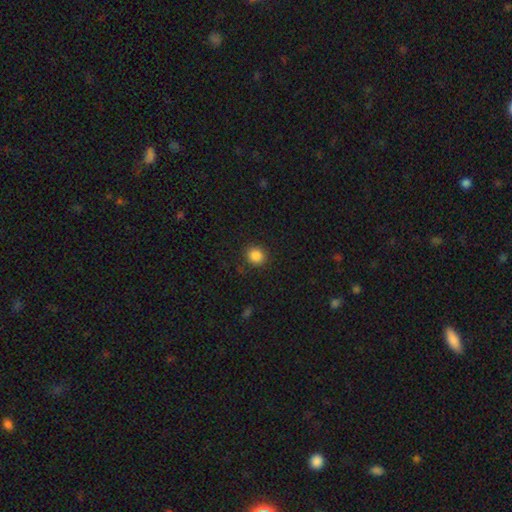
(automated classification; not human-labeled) smooth_or_featured: smooth (p=0.86) [alt: star or artifact p=0.10]
how_rounded: round (p=0.85) [alt: in between p=0.15]
merging: none (p=0.89) [alt: minor disturbance p=0.07]